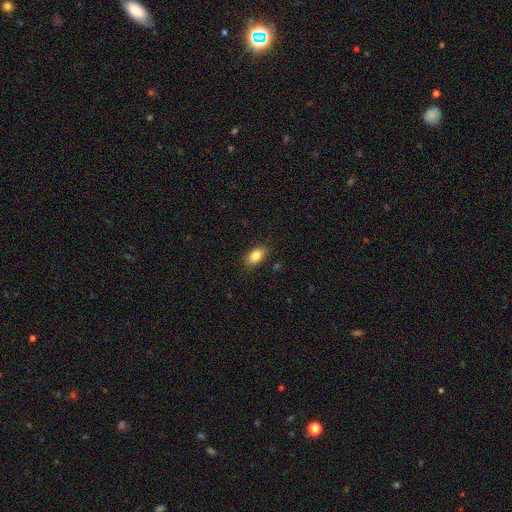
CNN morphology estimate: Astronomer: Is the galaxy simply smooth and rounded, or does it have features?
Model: smooth — 84%.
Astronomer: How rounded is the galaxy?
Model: in between — 90%.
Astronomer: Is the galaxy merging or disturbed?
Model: none — 86%.